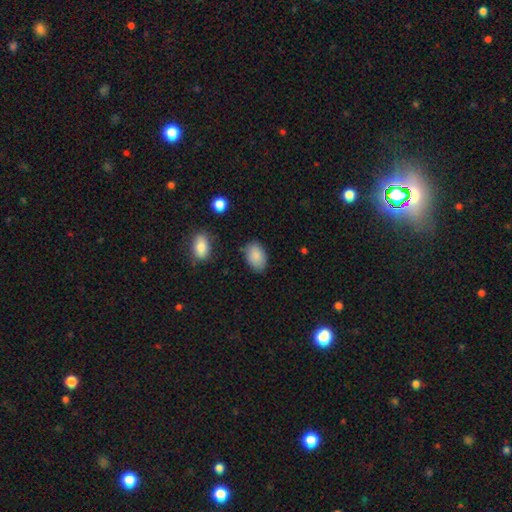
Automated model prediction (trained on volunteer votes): This is clearly a smooth galaxy (88%). How rounded: clearly in between (89%). Merging: likely none (78%).